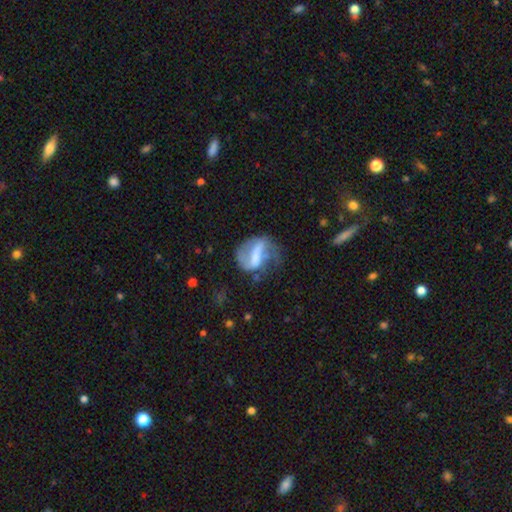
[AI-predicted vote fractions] Morphology: type=featured or disk (65%); edge-on=no (96%); bar=strong (57%); spiral arms=yes (69%); bulge=none (39%); merging=none (39%).